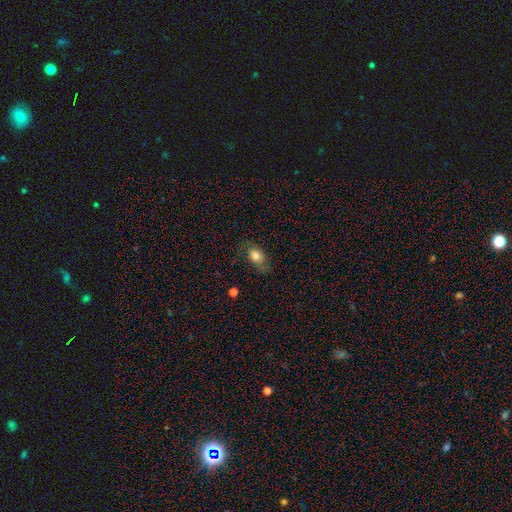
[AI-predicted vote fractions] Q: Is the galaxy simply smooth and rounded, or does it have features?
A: smooth — 69%.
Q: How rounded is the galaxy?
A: in between — 76%.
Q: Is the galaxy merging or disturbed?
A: none — 64%.